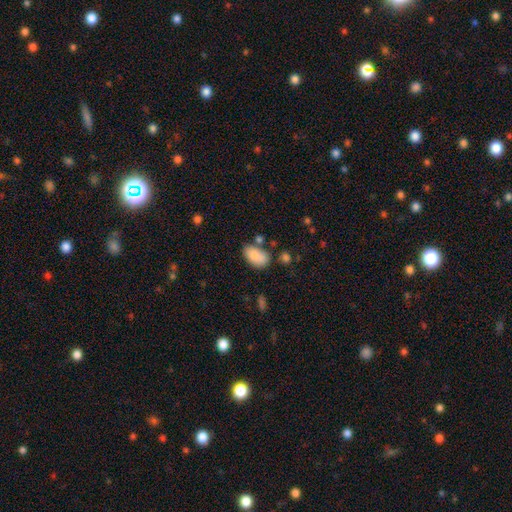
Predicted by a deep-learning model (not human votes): smooth 84%, featured or disk 8%, star or artifact 8%. Down the decision tree: how rounded — in between (92%); merging — none (58%).